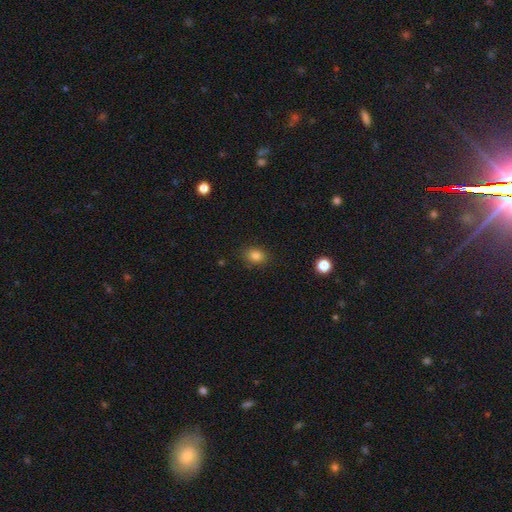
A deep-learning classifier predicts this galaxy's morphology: Smooth or featured: smooth — 82% (star or artifact — 12%)
How rounded: in between — 55% (round — 44%)
Merging: none — 85% (minor disturbance — 10%)